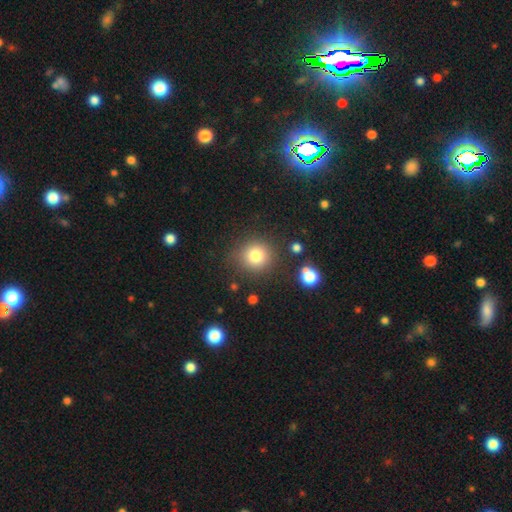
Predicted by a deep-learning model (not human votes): The model was most divided on "smooth or featured": smooth: 80%, star or artifact: 12%, featured or disk: 7%. More confident: how rounded — round (91%); merging — none (83%).